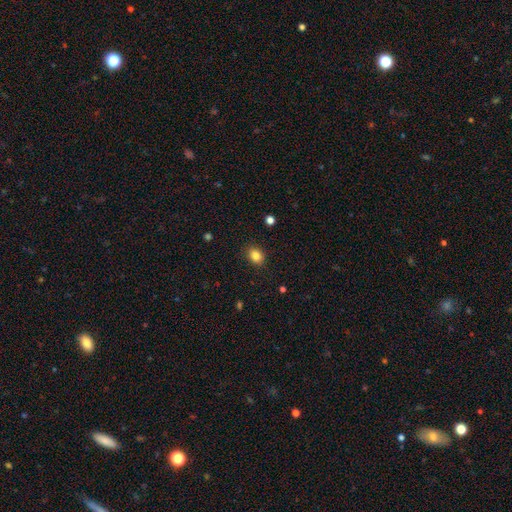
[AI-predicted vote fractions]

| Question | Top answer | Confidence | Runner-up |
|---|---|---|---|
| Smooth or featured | smooth | 84% | star or artifact (10%) |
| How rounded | in between | 54% | round (45%) |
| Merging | none | 88% | minor disturbance (9%) |